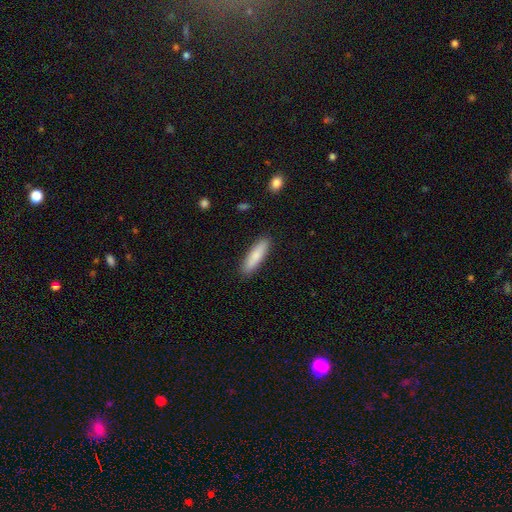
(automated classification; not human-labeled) Smooth or featured? Predicted: smooth (p=0.82). How rounded? Predicted: cigar-shaped (p=0.72). Merging? Predicted: none (p=0.89).